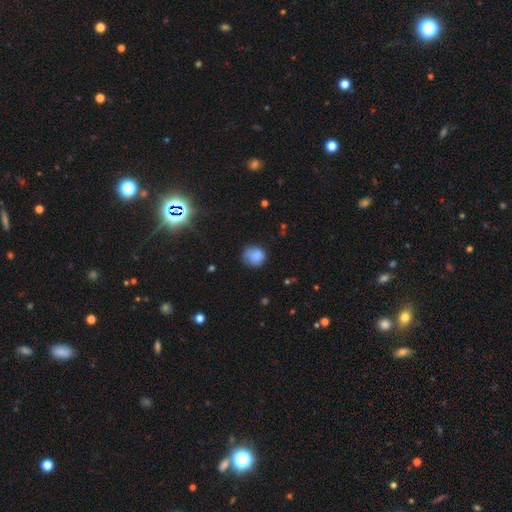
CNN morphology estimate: The model was most divided on "merging": none: 56%, minor disturbance: 28%, major disturbance: 11%, merger: 4%. More confident: smooth or featured — smooth (78%); how rounded — round (76%).